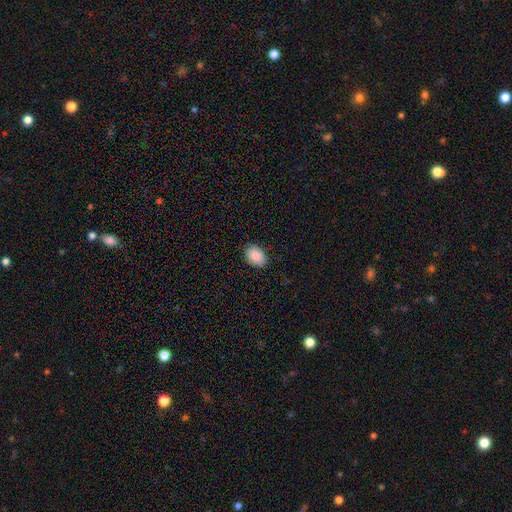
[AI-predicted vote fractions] This appears to be a smooth galaxy with no disk features (90%) that is in between round and cigar-shaped (84%). Merging: none (87%).